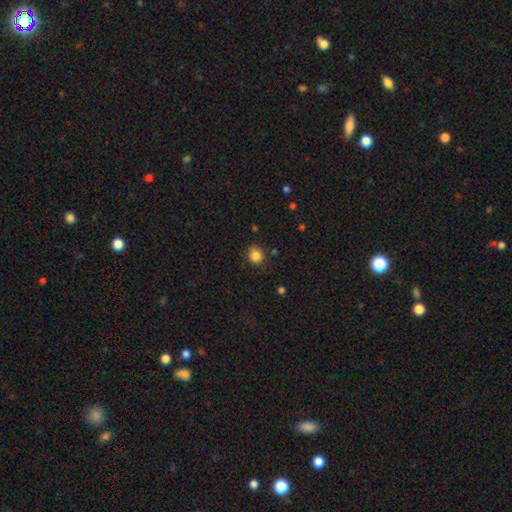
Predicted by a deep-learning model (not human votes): Morphology: type=smooth (84%); roundness=round (82%); merging=none (80%).